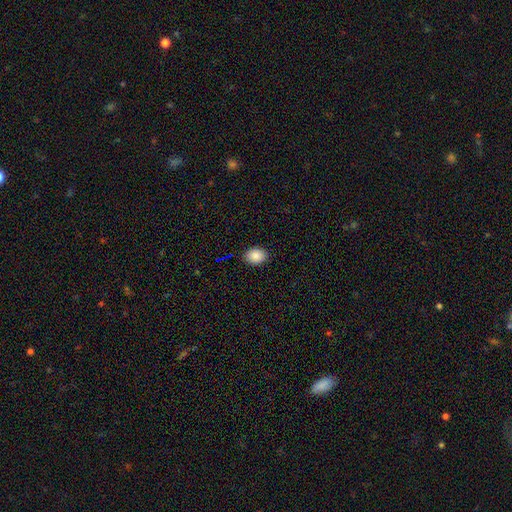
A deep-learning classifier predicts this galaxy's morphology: This is clearly a smooth galaxy (86%). How rounded: likely in between (69%). Merging: clearly none (88%).